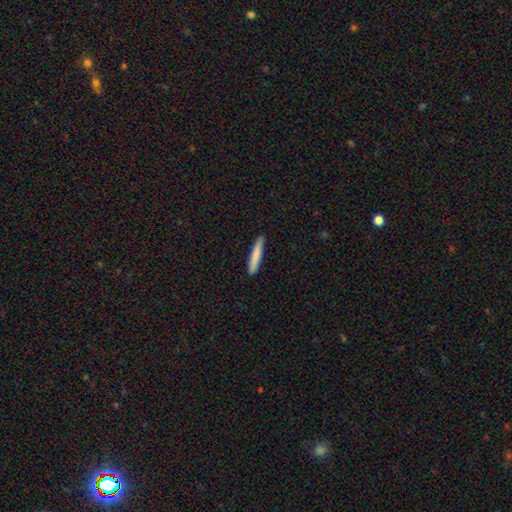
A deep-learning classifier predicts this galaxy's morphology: Overall: smooth (81%). How rounded: cigar-shaped (93%). Merging: none (88%).